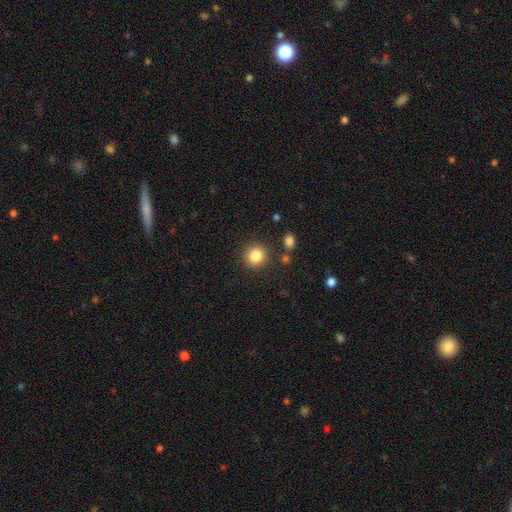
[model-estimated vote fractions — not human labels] A smooth galaxy with no disk features (85%) that is round (91%). Merging: none (86%).